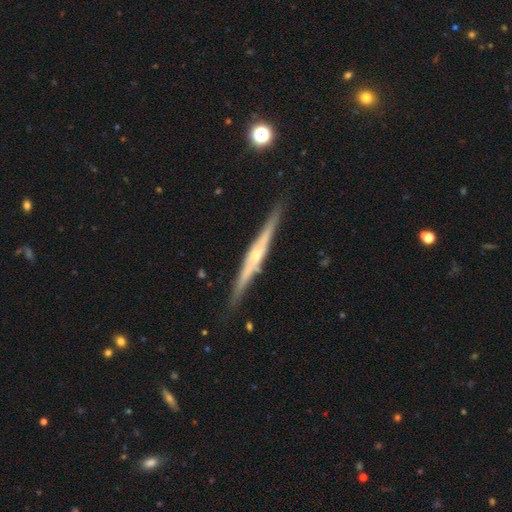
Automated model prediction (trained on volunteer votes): Smooth or featured?
  - featured or disk: 78% *
  - smooth: 16%
  - star or artifact: 6%
Edge-on disk?
  - yes: 98% *
  - no: 2%
Edge-on bulge?
  - rounded: 70% *
  - none: 16%
  - boxy: 14%
Merging?
  - none: 87% *
  - minor disturbance: 9%
  - merger: 2%
  - major disturbance: 2%